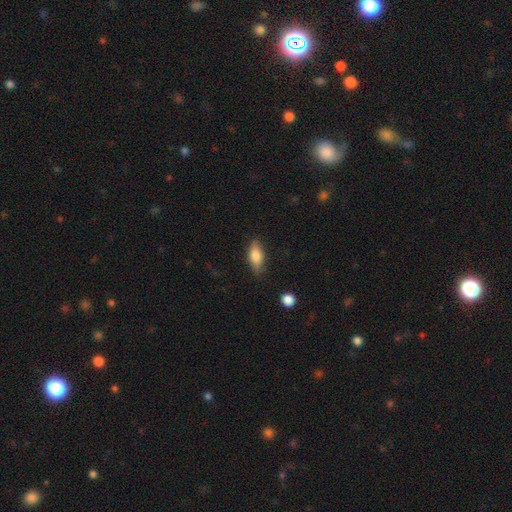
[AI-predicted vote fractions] smooth-or-featured: smooth: 76% | featured or disk: 17% | star or artifact: 7%
  how-rounded: in between: 80% | cigar-shaped: 17% | round: 4%
  merging: none: 77% | minor disturbance: 18% | major disturbance: 4% | merger: 2%